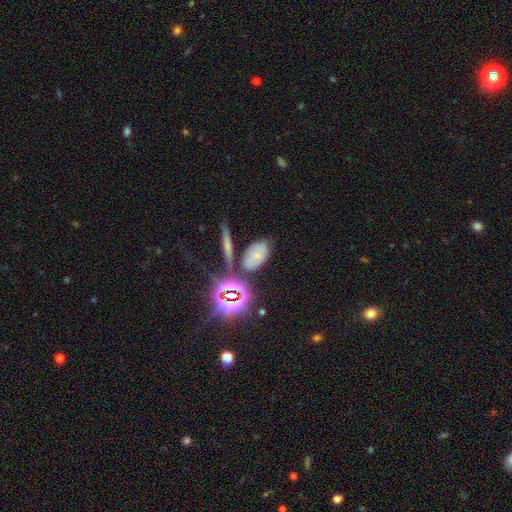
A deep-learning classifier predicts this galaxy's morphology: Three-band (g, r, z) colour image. It shows a smooth galaxy with no disk features (54%) that is in between round and cigar-shaped (87%). Merging: none (70%).